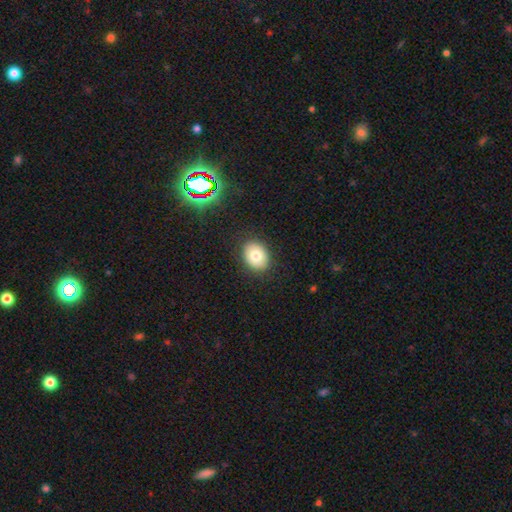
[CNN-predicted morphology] smooth 77%, featured or disk 14%, star or artifact 10%. Down the decision tree: how rounded — in between (62%); merging — none (88%).